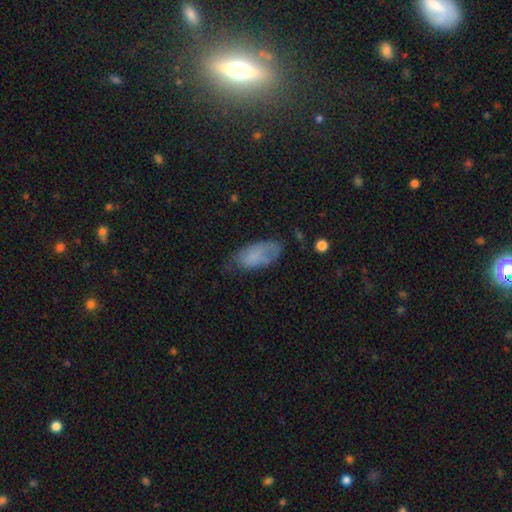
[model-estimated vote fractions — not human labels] A smooth galaxy with no disk features (70%) that is in between round and cigar-shaped (90%). Merging: none (50%).